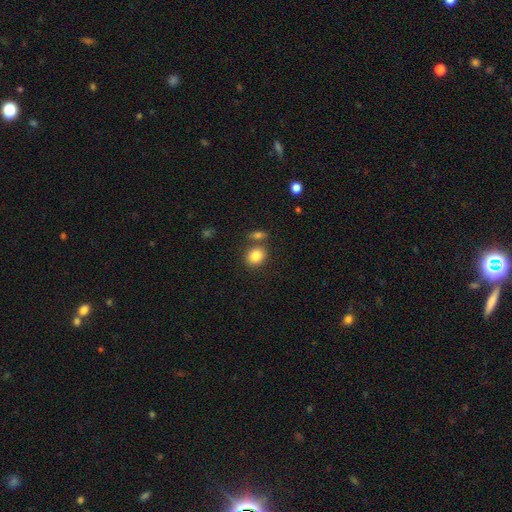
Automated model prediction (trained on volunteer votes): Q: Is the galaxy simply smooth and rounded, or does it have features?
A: smooth — 84%.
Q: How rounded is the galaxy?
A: round — 53%.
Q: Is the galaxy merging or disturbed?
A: none — 67%.